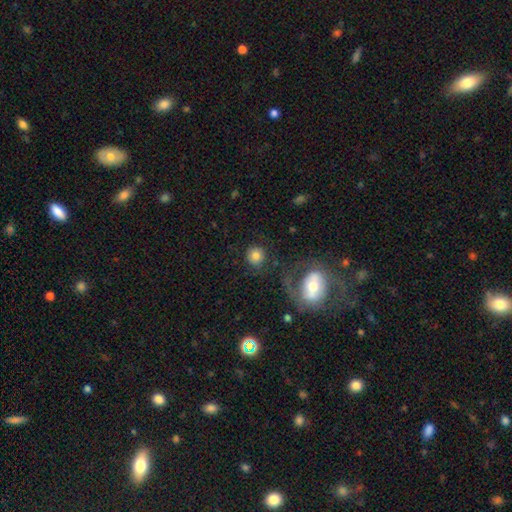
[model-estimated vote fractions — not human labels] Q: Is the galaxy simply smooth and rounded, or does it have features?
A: smooth — 77%.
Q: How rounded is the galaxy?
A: round — 90%.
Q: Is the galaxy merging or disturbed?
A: none — 78%.